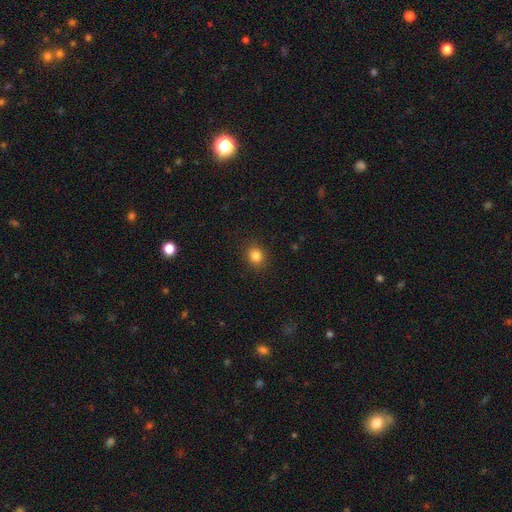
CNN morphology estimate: Smooth or featured?
  - smooth: 83% *
  - star or artifact: 12%
  - featured or disk: 5%
How rounded?
  - round: 69% *
  - in between: 30%
  - cigar-shaped: 1%
Merging?
  - none: 89% *
  - minor disturbance: 7%
  - major disturbance: 2%
  - merger: 1%